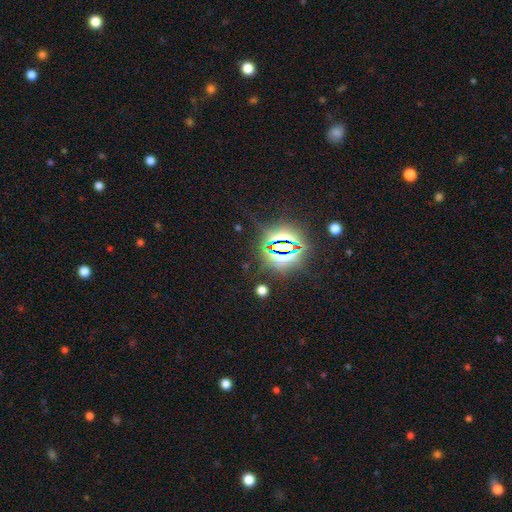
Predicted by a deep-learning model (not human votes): Q: Smooth or featured?
A: star or artifact (86%); runner-up: smooth (9%)